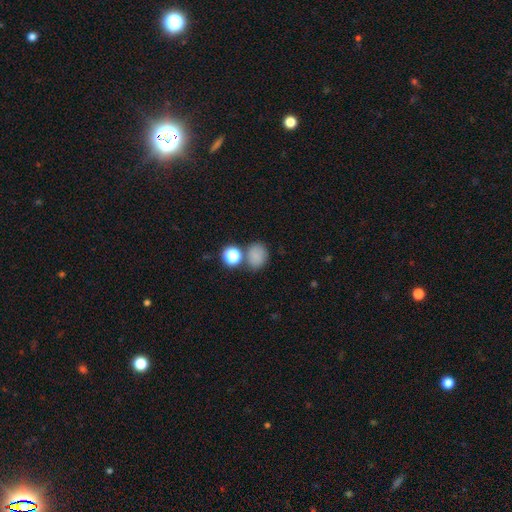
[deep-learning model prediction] smooth_or_featured: smooth (p=0.79) [alt: star or artifact p=0.15]
how_rounded: round (p=0.62) [alt: in between p=0.37]
merging: none (p=0.66) [alt: merger p=0.17]